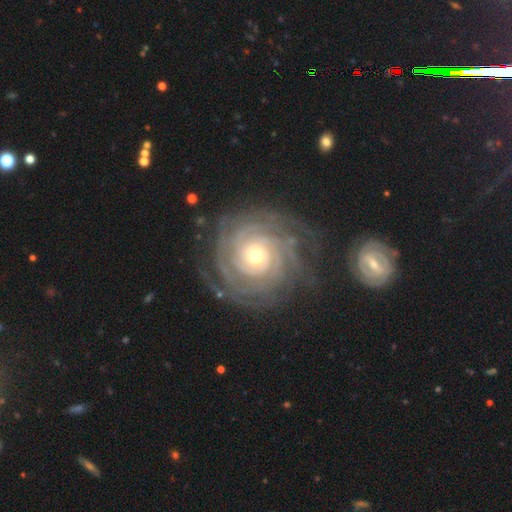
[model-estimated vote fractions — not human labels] featured or disk 89%, smooth 6%, star or artifact 5%. Down the decision tree: edge-on disk — no (97%); bar — no (77%); spiral arms — yes (97%); spiral arm count — can't tell (27%); spiral winding — tight (85%); bulge size — moderate (49%); merging — none (76%).